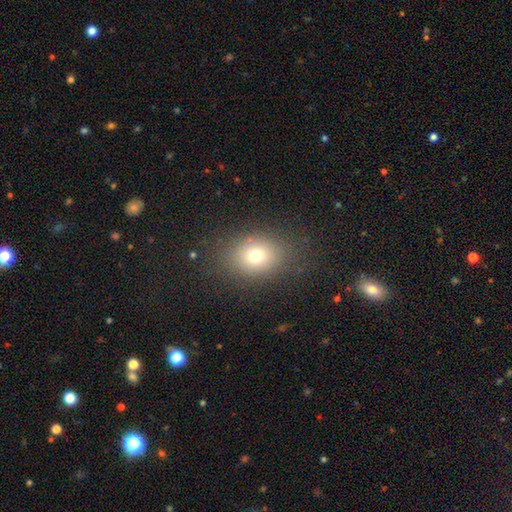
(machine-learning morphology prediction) This appears to be a smooth galaxy with no disk features (74%) that is in between round and cigar-shaped (54%). Merging: none (82%).